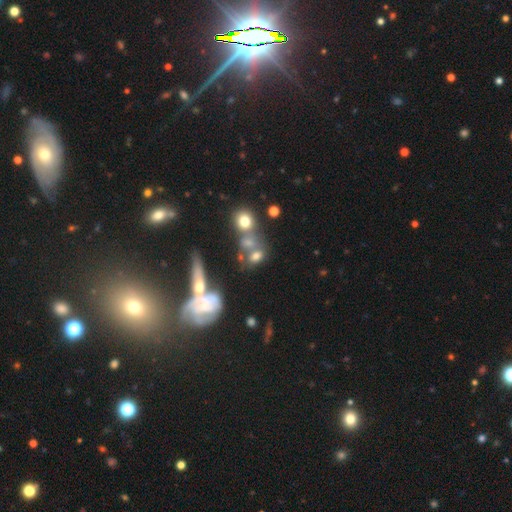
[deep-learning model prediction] A smooth galaxy with no disk features (60%) that is in between round and cigar-shaped (62%). Merging: merger (42%).